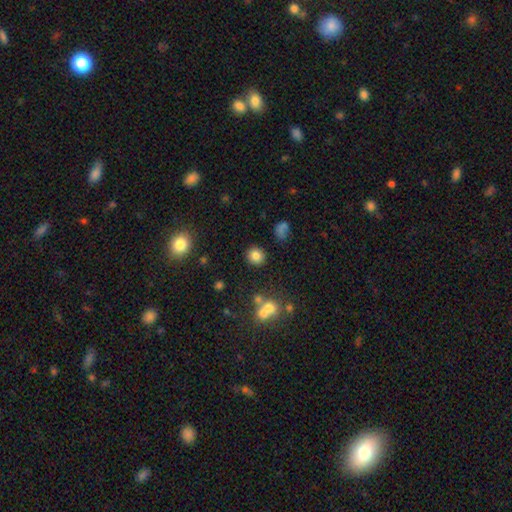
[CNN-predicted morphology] The model was most divided on "smooth or featured": smooth: 82%, star or artifact: 12%, featured or disk: 6%. More confident: how rounded — round (88%); merging — none (87%).